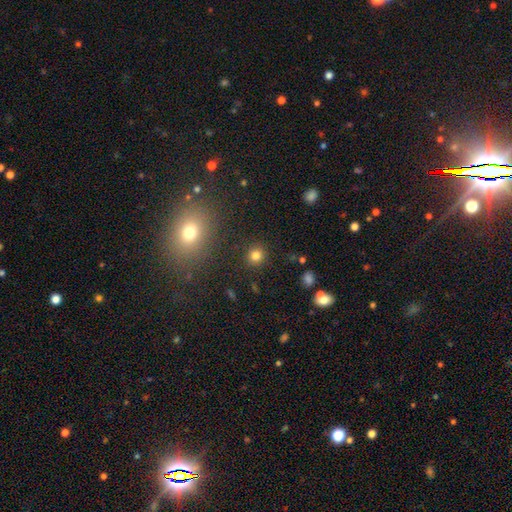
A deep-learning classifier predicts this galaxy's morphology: A smooth galaxy with no disk features (81%) that is round (88%). Merging: none (89%).